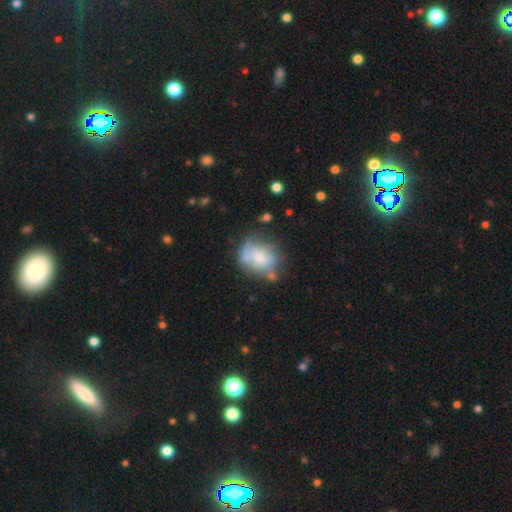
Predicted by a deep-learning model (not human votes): Smooth or featured? Predicted: smooth (p=0.52). How rounded? Predicted: round (p=0.53). Merging? Predicted: none (p=0.46).